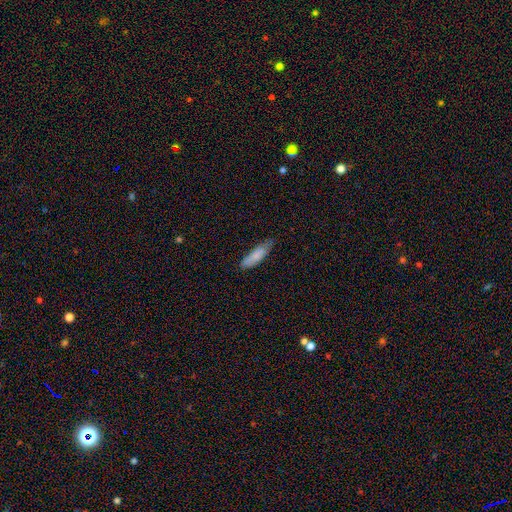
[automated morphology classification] smooth-or-featured: smooth: 82% | featured or disk: 12% | star or artifact: 6%
  how-rounded: cigar-shaped: 56% | in between: 42% | round: 2%
  merging: none: 72% | minor disturbance: 23% | major disturbance: 4% | merger: 1%